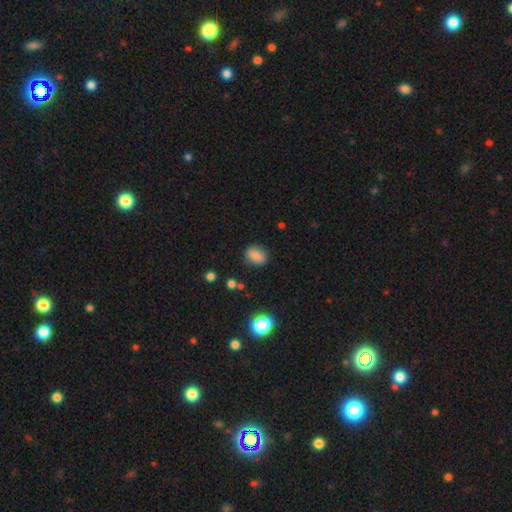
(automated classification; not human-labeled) smooth-or-featured: smooth: 82% | star or artifact: 10% | featured or disk: 8%
  how-rounded: in between: 64% | round: 33% | cigar-shaped: 3%
  merging: none: 83% | minor disturbance: 12% | major disturbance: 3% | merger: 2%